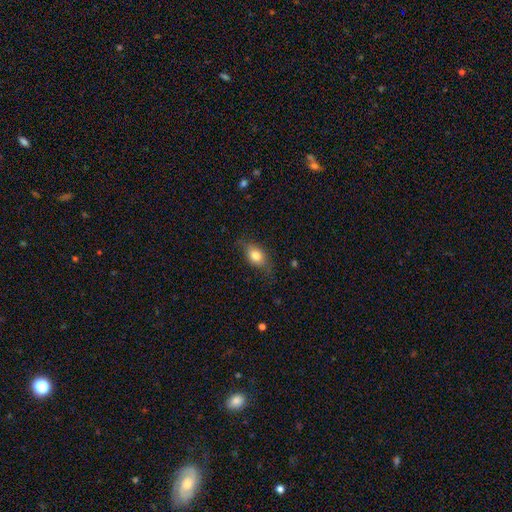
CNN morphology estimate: A smooth galaxy with no disk features (77%) that is in between round and cigar-shaped (79%).

Vote fractions:
- Smooth or featured? smooth: 77% / featured or disk: 15% / star or artifact: 8%
- How rounded? in between: 79% / round: 17% / cigar-shaped: 4%
- Merging? none: 69% / minor disturbance: 23% / major disturbance: 7% / merger: 1%